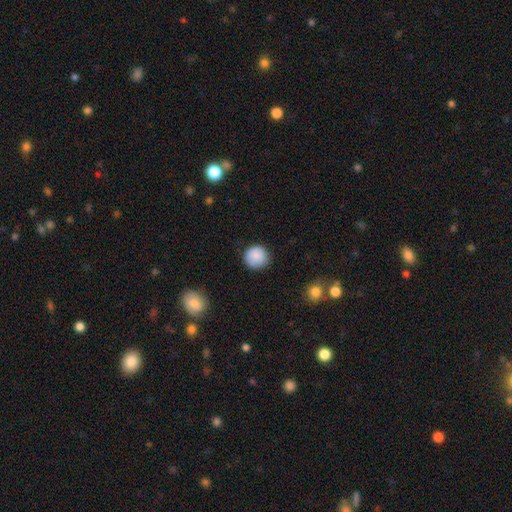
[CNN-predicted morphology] smooth_or_featured: smooth (p=0.88) [alt: star or artifact p=0.08]
how_rounded: round (p=0.92) [alt: in between p=0.07]
merging: none (p=0.86) [alt: minor disturbance p=0.11]